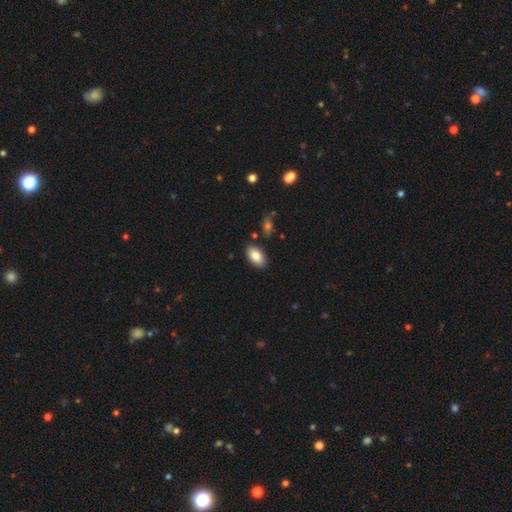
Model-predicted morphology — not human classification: A smooth galaxy with no disk features (84%) that is in between round and cigar-shaped (94%). Merging: none (85%).